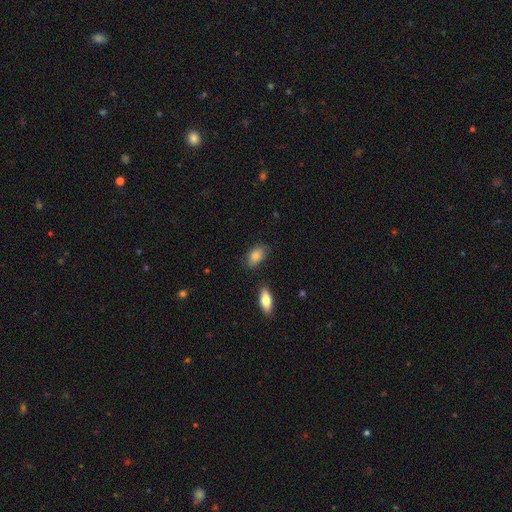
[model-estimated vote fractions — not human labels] This is clearly a smooth galaxy (83%). How rounded: clearly in between (89%). Merging: likely none (75%).